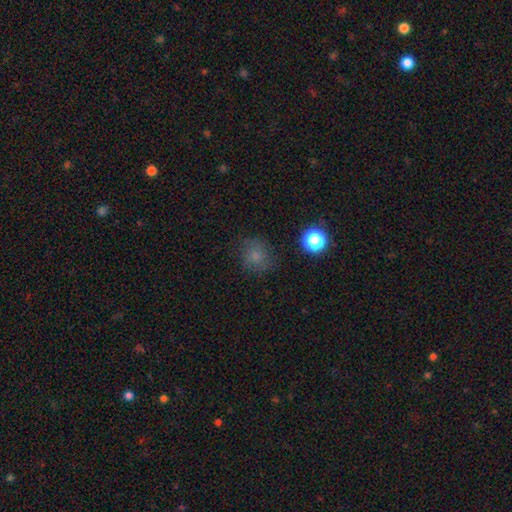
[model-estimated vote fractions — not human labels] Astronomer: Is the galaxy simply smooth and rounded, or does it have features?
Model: smooth — 73%.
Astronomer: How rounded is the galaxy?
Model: round — 83%.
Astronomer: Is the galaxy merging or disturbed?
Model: none — 74%.